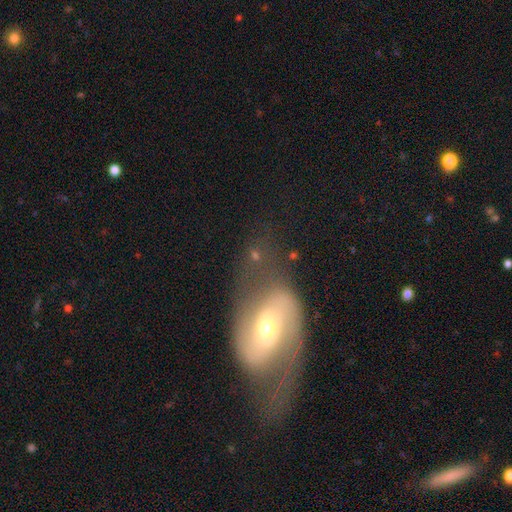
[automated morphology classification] This is likely a featured or disk galaxy (64%). It is clearly not viewed edge-on (93%). Bar: marginally no (44%). Spiral arm pattern: likely yes (74%). Central bulge: possibly small (48%). Merging: possibly none (47%).